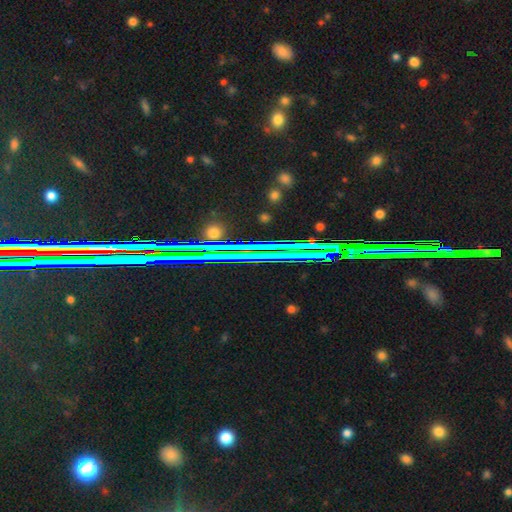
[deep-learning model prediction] Q: Smooth or featured?
A: star or artifact (79%); runner-up: featured or disk (11%)